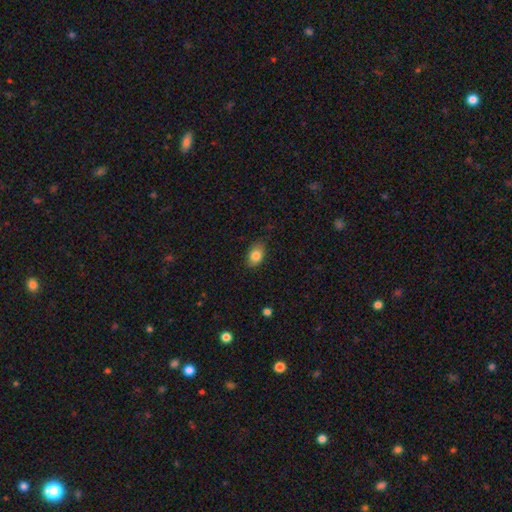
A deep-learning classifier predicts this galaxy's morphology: smooth 85%, star or artifact 8%, featured or disk 7%. Down the decision tree: how rounded — in between (83%); merging — none (80%).